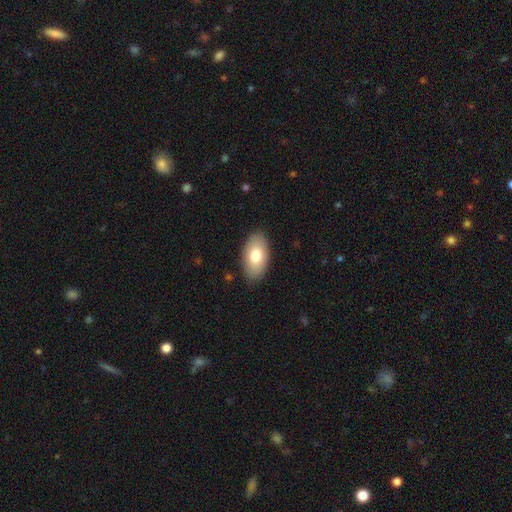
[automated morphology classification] This is likely a smooth galaxy (78%). How rounded: clearly in between (95%). Merging: clearly none (87%).